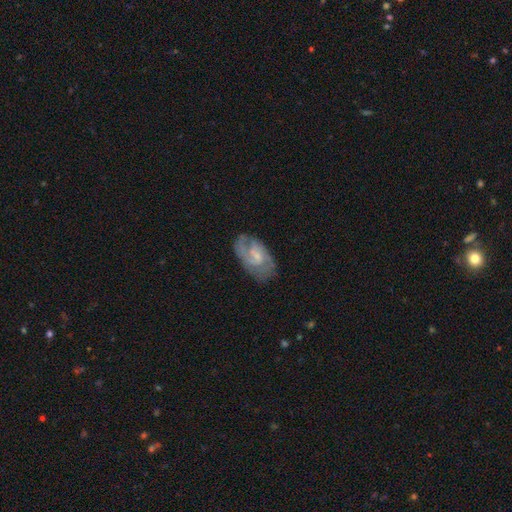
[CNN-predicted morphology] type=featured or disk (69%); edge-on=no (96%); bar=weak (47%); spiral arms=yes (84%); winding=medium (45%); arm count=2 (51%); bulge=small (55%); merging=none (65%).